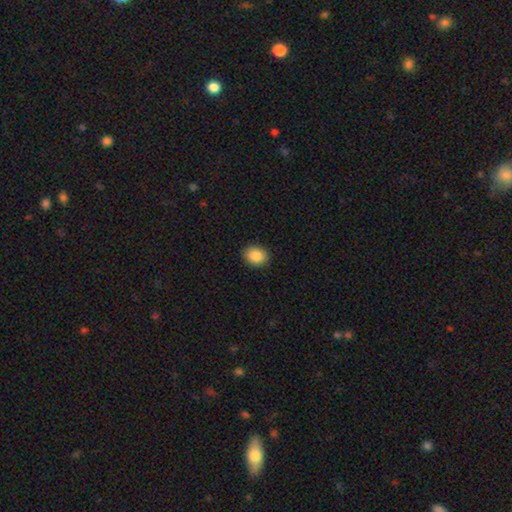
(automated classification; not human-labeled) smooth-or-featured: smooth: 88% | star or artifact: 8% | featured or disk: 4%
  how-rounded: round: 51% | in between: 48% | cigar-shaped: 1%
  merging: none: 90% | minor disturbance: 7% | major disturbance: 2% | merger: 1%